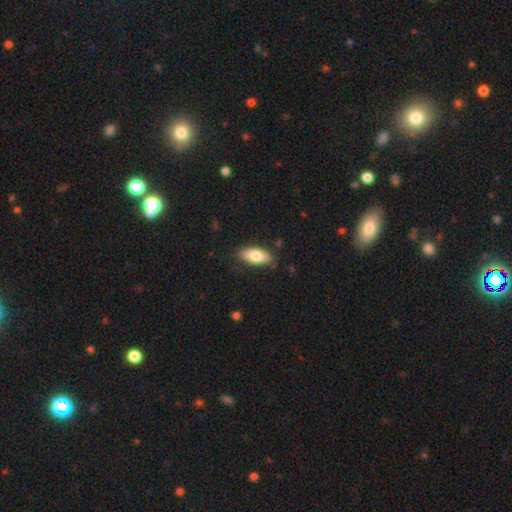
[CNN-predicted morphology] Q: Smooth or featured?
A: smooth (78%); runner-up: featured or disk (16%)
Q: How rounded?
A: in between (84%); runner-up: cigar-shaped (14%)
Q: Merging?
A: none (83%); runner-up: minor disturbance (13%)